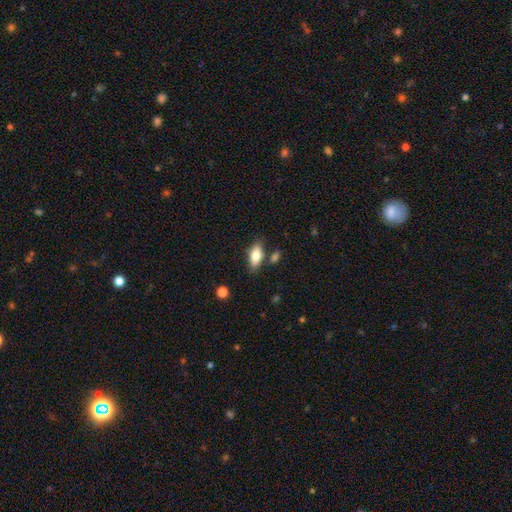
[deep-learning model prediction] This appears to be a smooth galaxy with no disk features (78%) that is in between round and cigar-shaped (85%). Merging: none (73%).